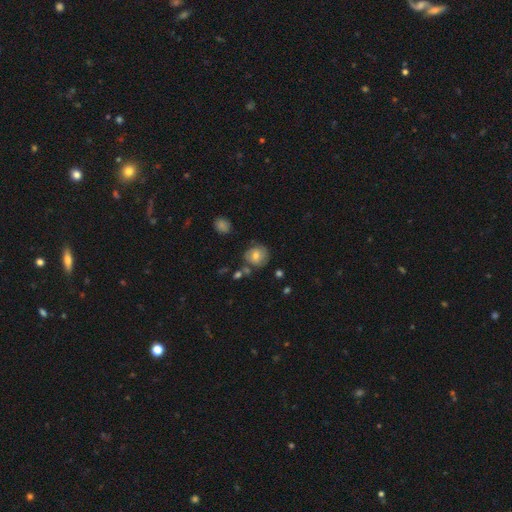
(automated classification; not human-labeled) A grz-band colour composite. It shows a smooth galaxy with no disk features (63%) that is round (86%). Merging: none (71%).